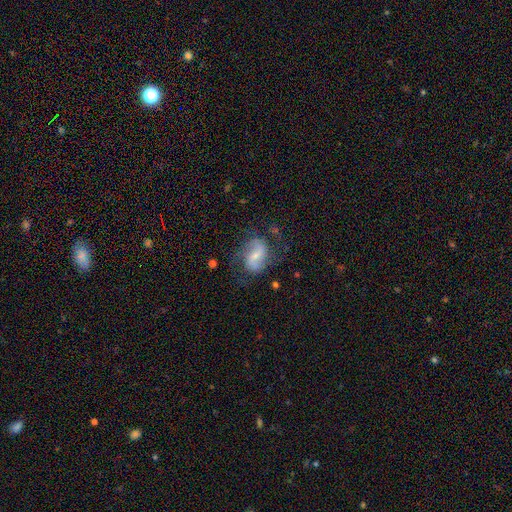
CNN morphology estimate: A featured or disk galaxy (69%) with a weak bar (49%), 2 (86%) loose (45%) spiral arms (90%) and a small central bulge (50%).

Vote fractions:
- Smooth or featured? featured or disk: 69% / smooth: 24% / star or artifact: 7%
- Edge-on disk? no: 97% / yes: 3%
- Bar? weak: 49% / strong: 27% / no: 24%
- Spiral arms? yes: 90% / no: 10%
- Spiral winding? loose: 45% / medium: 41% / tight: 13%
- Spiral arm count? 2: 86% / can't tell: 7% / 1: 3% / 3: 2% / 4: 1% / more than 4: 1%
- Bulge size? small: 50% / moderate: 34% / none: 10% / large: 4% / dominant: 1%
- Merging? none: 60% / minor disturbance: 23% / major disturbance: 15% / merger: 2%